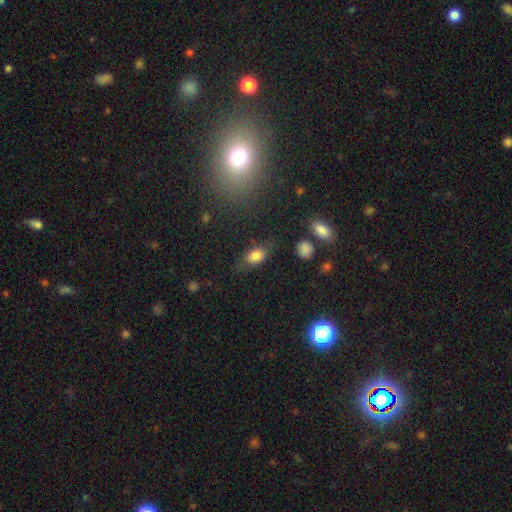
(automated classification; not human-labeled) A smooth galaxy with no disk features (80%) that is in between round and cigar-shaped (83%). Merging: none (66%).